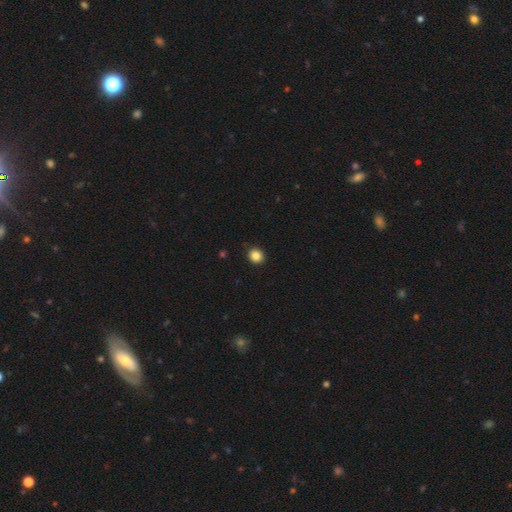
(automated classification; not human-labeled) smooth-or-featured: smooth: 85% | star or artifact: 11% | featured or disk: 4%
  how-rounded: round: 80% | in between: 19% | cigar-shaped: 1%
  merging: none: 91% | minor disturbance: 6% | major disturbance: 2% | merger: 1%